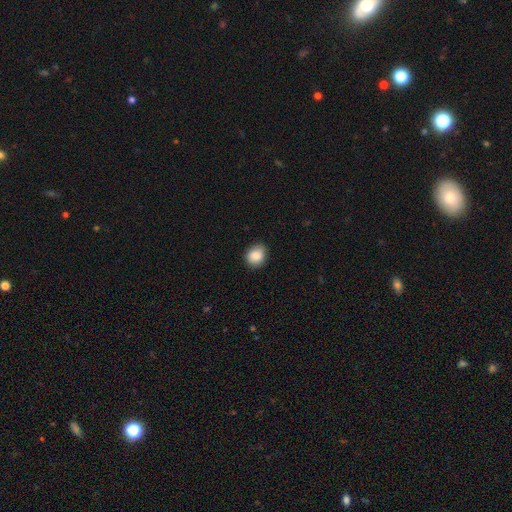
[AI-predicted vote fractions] A smooth galaxy with no disk features (86%) that is round (63%). Merging: none (86%).